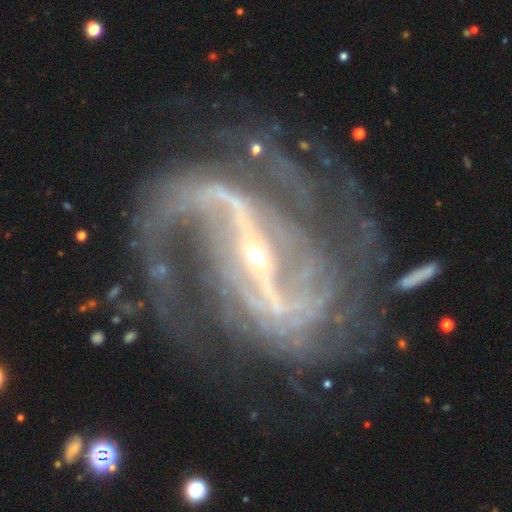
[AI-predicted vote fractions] Smooth or featured? featured or disk (92%)
Edge-on disk? no (97%)
Bar? strong (76%)
Spiral arms? yes (98%)
Spiral winding? medium (45%)
Spiral arm count? 2 (72%)
Bulge size? small (85%)
Merging? none (64%)